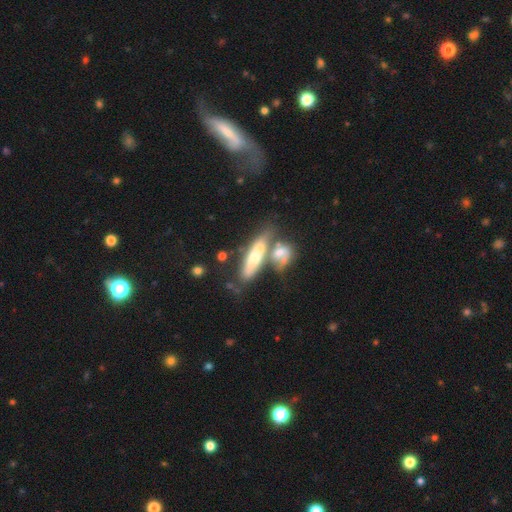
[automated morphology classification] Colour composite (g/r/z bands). It shows a featured or disk galaxy (48%). Merging: merger (52%).